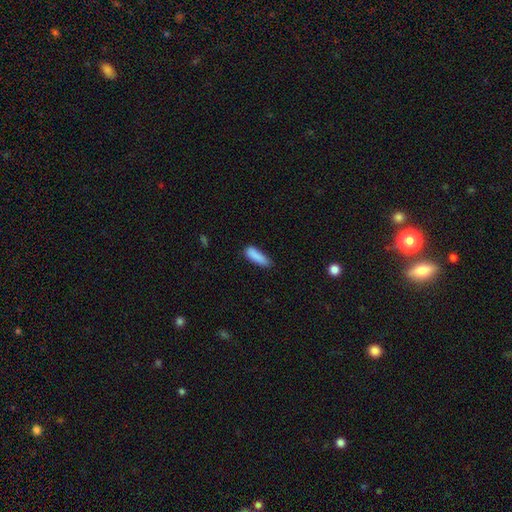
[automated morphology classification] Smooth or featured?
  - smooth: 87% *
  - star or artifact: 7%
  - featured or disk: 6%
How rounded?
  - cigar-shaped: 58% *
  - in between: 40%
  - round: 2%
Merging?
  - none: 66% *
  - minor disturbance: 27%
  - major disturbance: 5%
  - merger: 2%